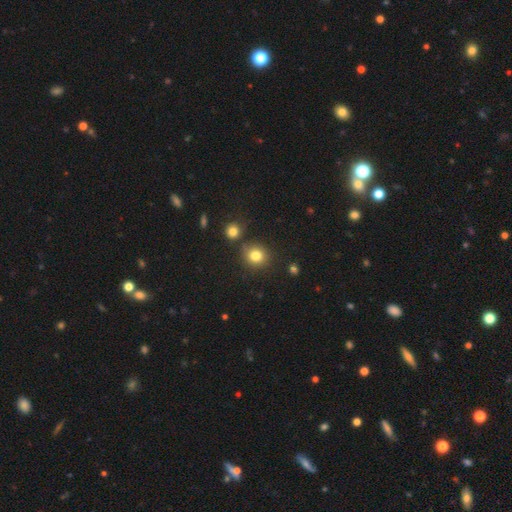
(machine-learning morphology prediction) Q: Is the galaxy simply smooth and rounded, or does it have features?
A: smooth — 81%.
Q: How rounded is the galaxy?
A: round — 85%.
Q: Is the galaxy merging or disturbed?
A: none — 79%.